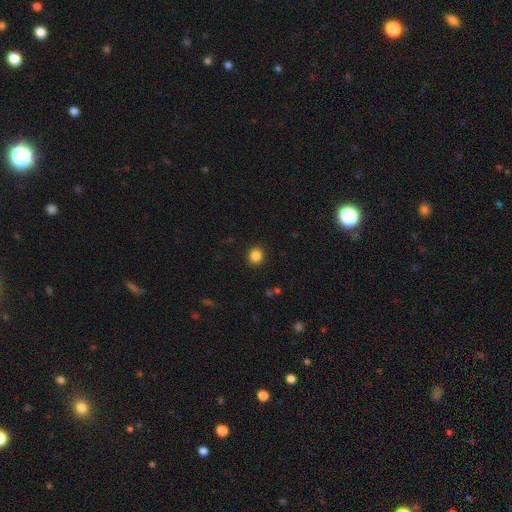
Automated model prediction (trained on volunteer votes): smooth_or_featured: smooth (p=0.86) [alt: star or artifact p=0.11]
how_rounded: round (p=0.81) [alt: in between p=0.18]
merging: none (p=0.90) [alt: minor disturbance p=0.07]